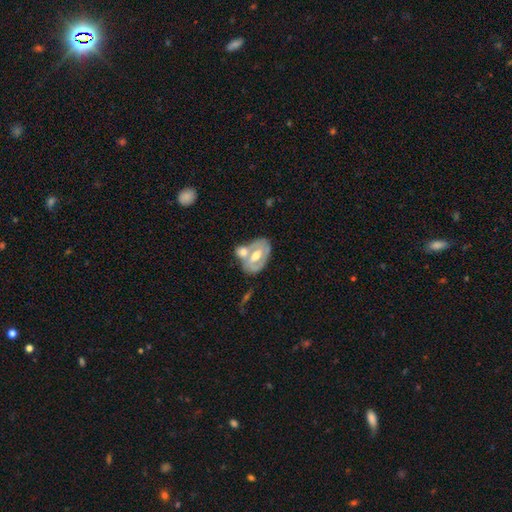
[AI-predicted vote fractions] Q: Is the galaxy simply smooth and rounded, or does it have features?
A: featured or disk — 63%.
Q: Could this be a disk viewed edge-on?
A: no — 94%.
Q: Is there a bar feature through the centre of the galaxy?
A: no — 45%.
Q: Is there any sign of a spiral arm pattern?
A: no — 53%.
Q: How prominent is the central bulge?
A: moderate — 70%.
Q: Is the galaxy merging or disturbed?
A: merger — 51%.